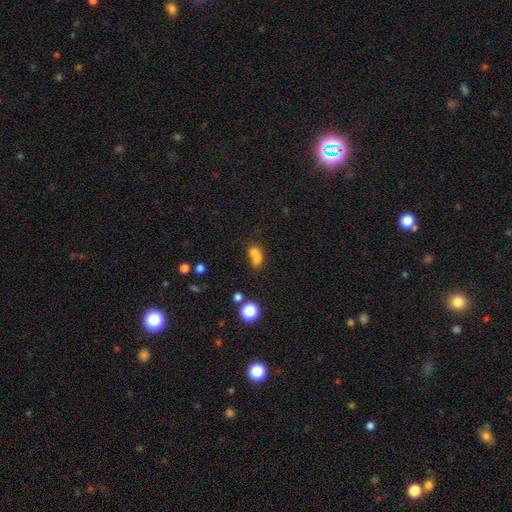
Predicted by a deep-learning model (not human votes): Overall: smooth (72%). How rounded: in between (60%; round 36%). Merging: merger (56%; none 27%).